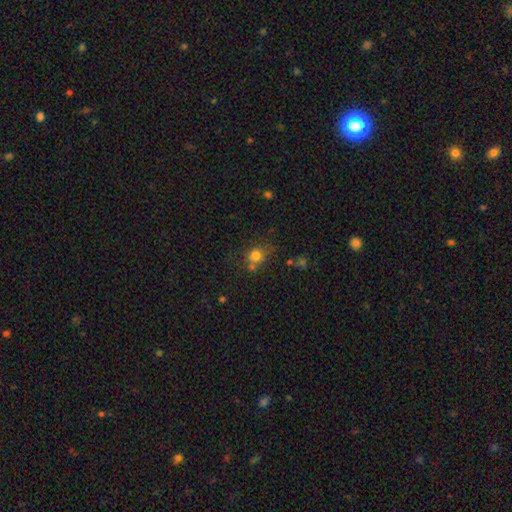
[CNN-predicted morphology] This is likely a smooth galaxy (78%). How rounded: likely round (78%). Merging: possibly none (58%).